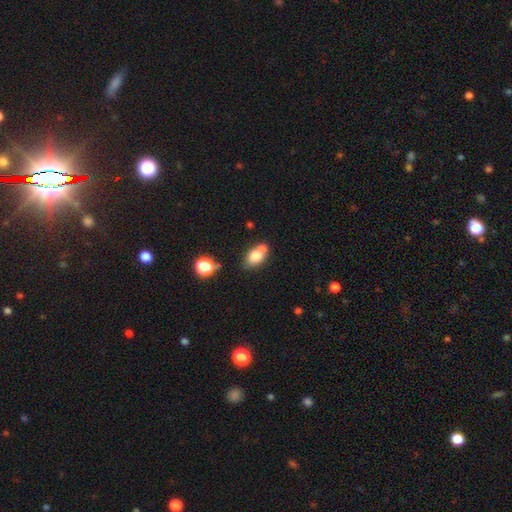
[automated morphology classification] smooth_or_featured: smooth (p=0.75) [alt: featured or disk p=0.14]
how_rounded: in between (p=0.70) [alt: round p=0.27]
merging: none (p=0.45) [alt: merger p=0.36]